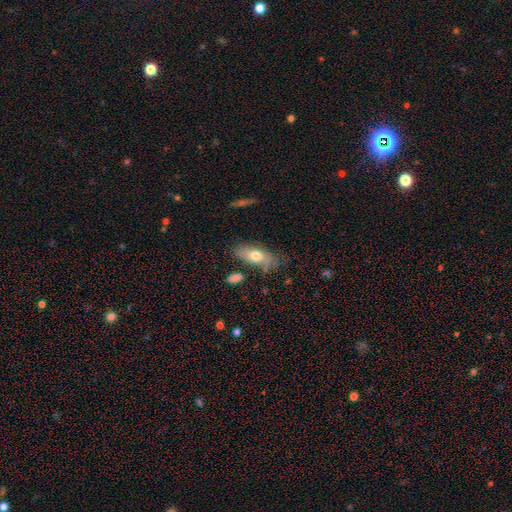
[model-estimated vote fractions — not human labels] Morphology: type=smooth (69%); roundness=in between (81%); merging=none (68%).